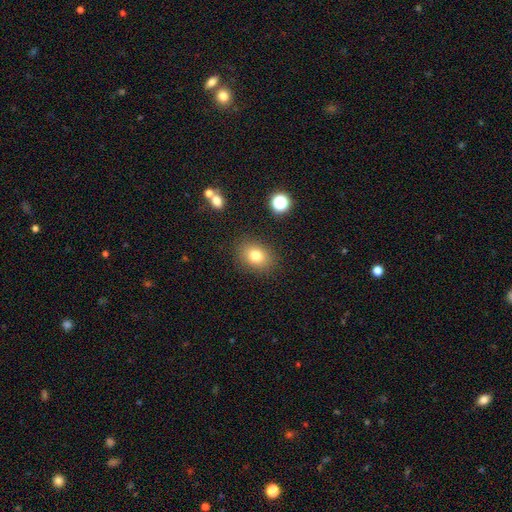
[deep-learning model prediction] Smooth or featured? smooth (79%)
How rounded? in between (58%)
Merging? none (86%)